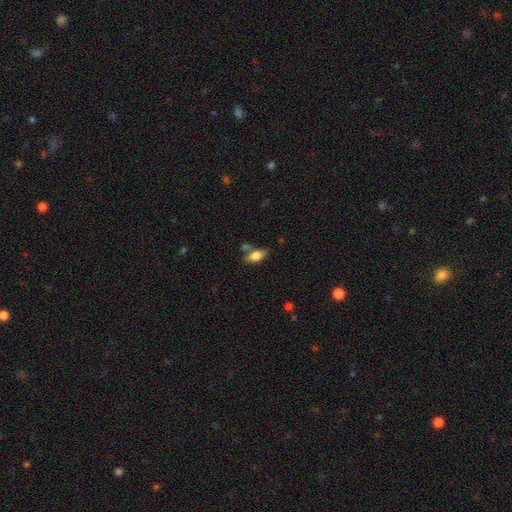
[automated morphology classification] type=smooth (72%); roundness=in between (85%); merging=none (60%).